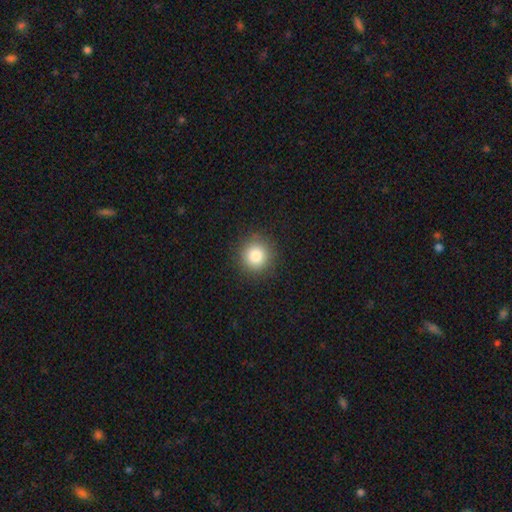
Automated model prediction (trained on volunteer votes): Overall: smooth (83%). How rounded: round (94%). Merging: none (91%).